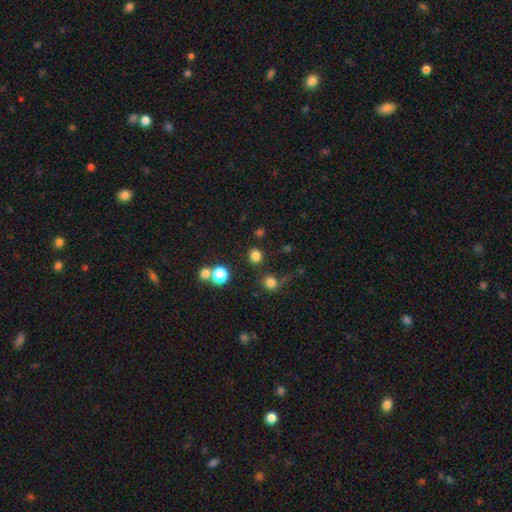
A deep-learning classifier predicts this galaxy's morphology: Smooth or featured? Predicted: smooth (p=0.77). How rounded? Predicted: round (p=0.86). Merging? Predicted: none (p=0.82).